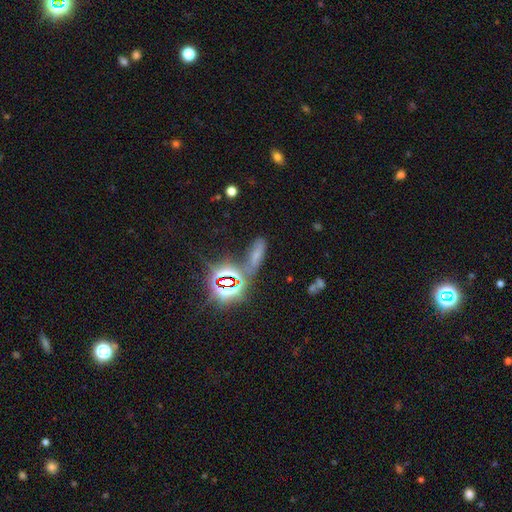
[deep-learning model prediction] Morphology: type=star or artifact (44%).